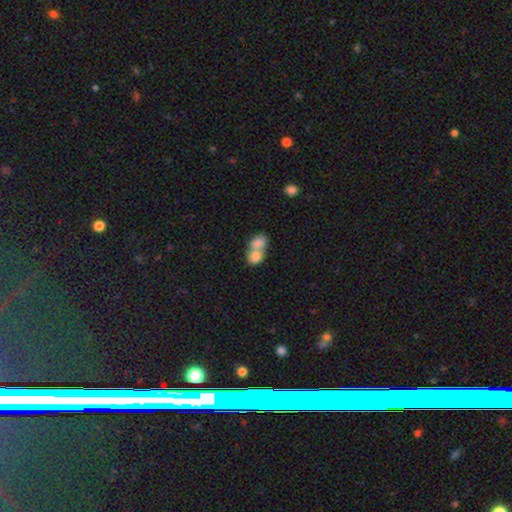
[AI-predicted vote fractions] Smooth or featured? smooth (78%)
How rounded? in between (64%)
Merging? merger (77%)